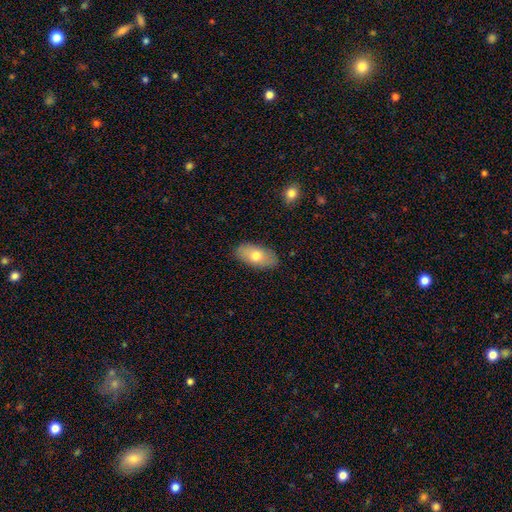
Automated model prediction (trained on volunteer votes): Smooth or featured?
  - smooth: 70% *
  - featured or disk: 23%
  - star or artifact: 6%
How rounded?
  - in between: 91% *
  - cigar-shaped: 6%
  - round: 3%
Merging?
  - none: 86% *
  - minor disturbance: 11%
  - major disturbance: 2%
  - merger: 1%